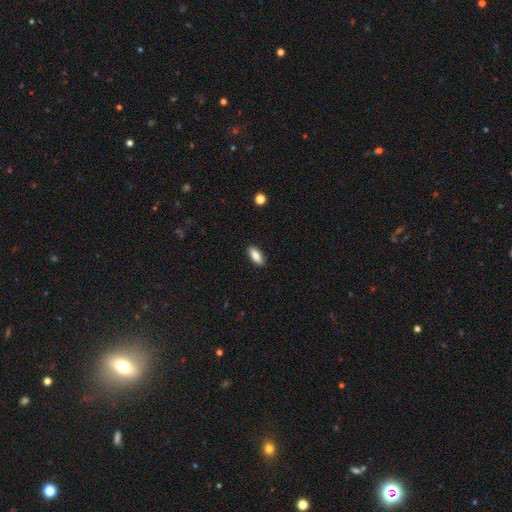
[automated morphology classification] Overall: smooth (85%). How rounded: in between (81%). Merging: none (89%).